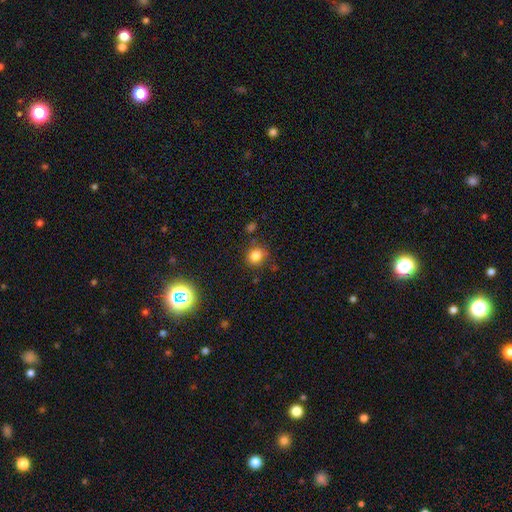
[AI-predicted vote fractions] Overall: smooth (82%). How rounded: round (76%). Merging: none (76%).